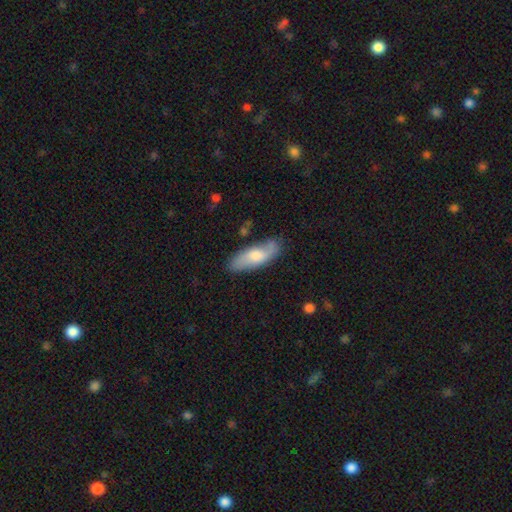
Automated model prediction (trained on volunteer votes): Q: Smooth or featured?
A: smooth (58%); runner-up: featured or disk (36%)
Q: How rounded?
A: in between (68%); runner-up: cigar-shaped (30%)
Q: Merging?
A: none (74%); runner-up: minor disturbance (19%)